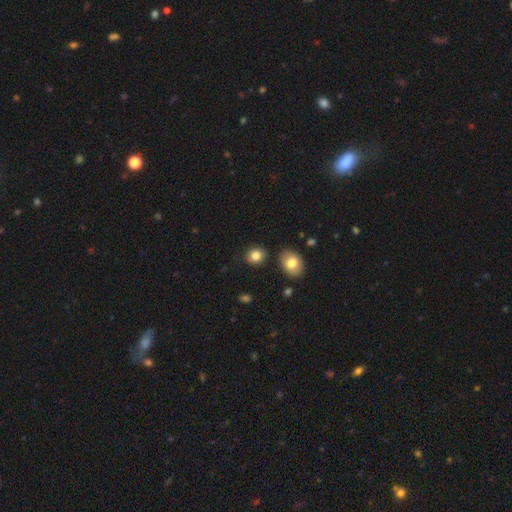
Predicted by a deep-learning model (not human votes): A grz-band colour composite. It shows a smooth galaxy with no disk features (83%) that is round (66%). Merging: none (82%).